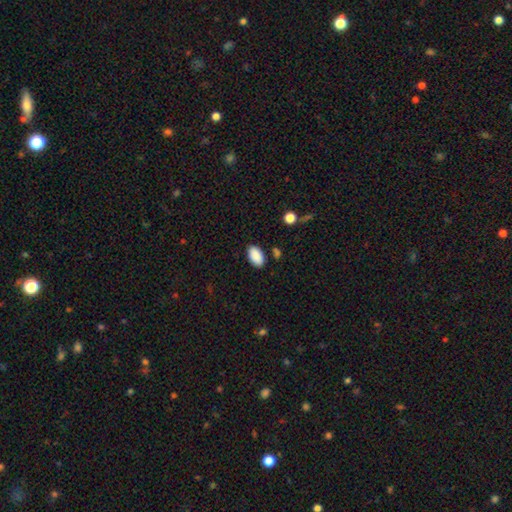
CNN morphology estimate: smooth-or-featured: smooth: 90% | star or artifact: 7% | featured or disk: 3%
  how-rounded: in between: 94% | round: 4% | cigar-shaped: 1%
  merging: none: 85% | minor disturbance: 10% | major disturbance: 2% | merger: 2%